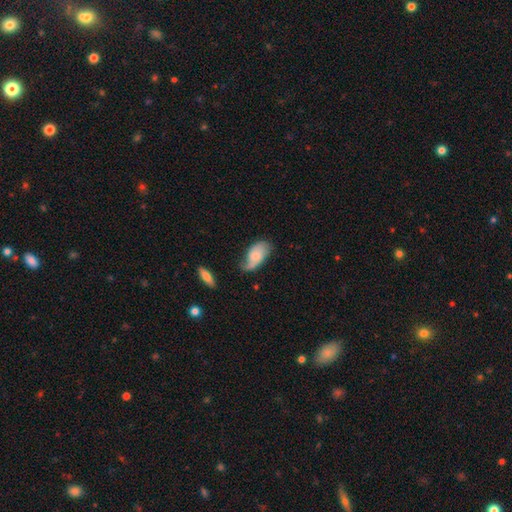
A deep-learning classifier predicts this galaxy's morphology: smooth 61%, featured or disk 32%, star or artifact 7%. Down the decision tree: how rounded — in between (93%); merging — none (44%).